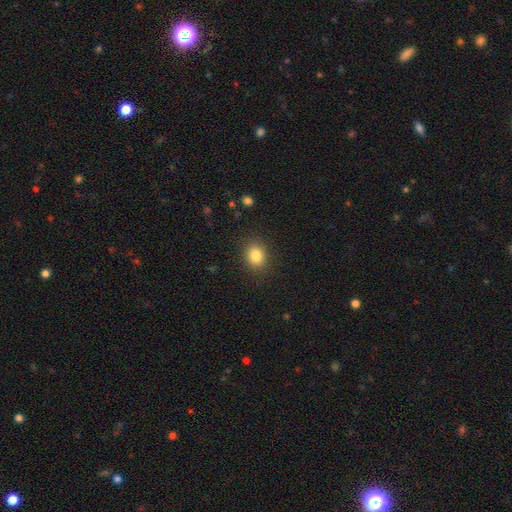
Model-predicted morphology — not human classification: A smooth galaxy with no disk features (84%) that is round (57%).

Vote fractions:
- Smooth or featured? smooth: 84% / star or artifact: 10% / featured or disk: 6%
- How rounded? round: 57% / in between: 42% / cigar-shaped: 1%
- Merging? none: 88% / minor disturbance: 8% / major disturbance: 3% / merger: 1%